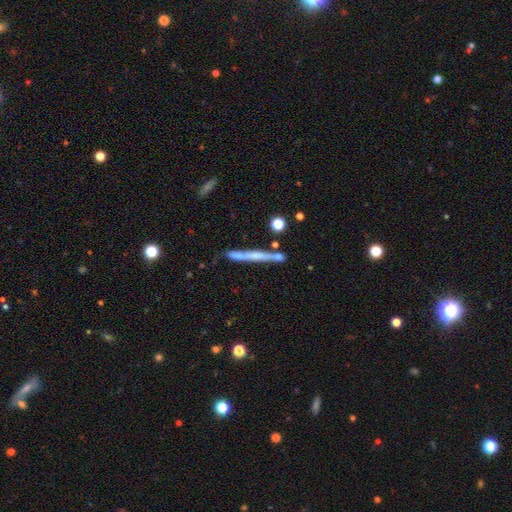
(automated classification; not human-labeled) A featured or disk galaxy (58%) viewed edge-on (95%) with no central bulge (57%). Merging: none (76%).